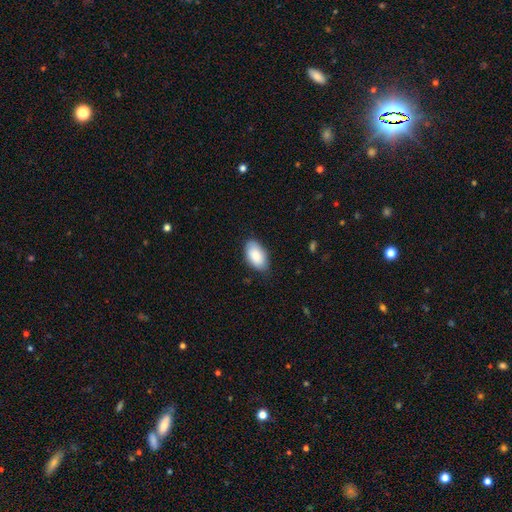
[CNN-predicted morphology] Smooth or featured? smooth (86%)
How rounded? in between (95%)
Merging? none (78%)